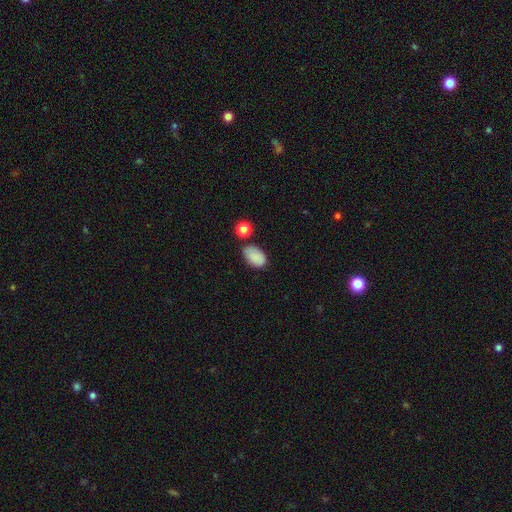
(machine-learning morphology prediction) smooth 86%, star or artifact 8%, featured or disk 6%. Down the decision tree: how rounded — in between (91%); merging — none (66%).